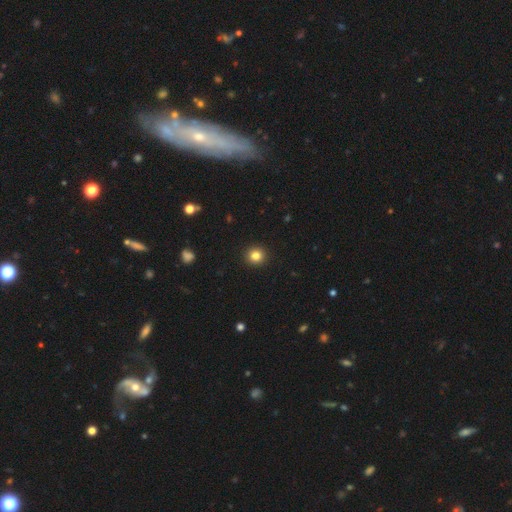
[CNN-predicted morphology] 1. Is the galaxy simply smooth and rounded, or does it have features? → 83% smooth, 11% star or artifact, 5% featured or disk.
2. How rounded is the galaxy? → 93% round, 6% in between, 1% cigar-shaped.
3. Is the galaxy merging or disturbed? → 93% none, 4% minor disturbance, 2% major disturbance, 1% merger.